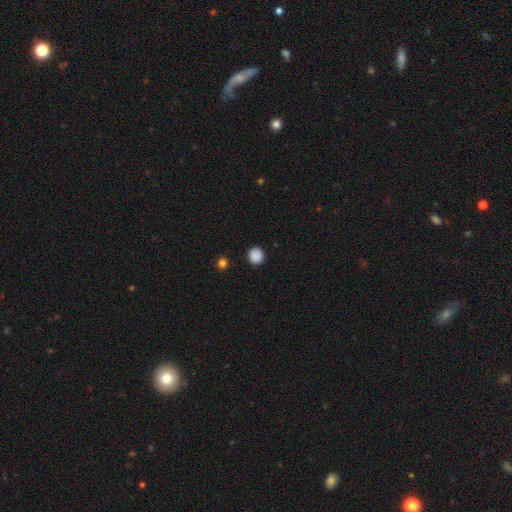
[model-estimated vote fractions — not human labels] A smooth galaxy with no disk features (88%) that is round (86%).

Vote fractions:
- Smooth or featured? smooth: 88% / star or artifact: 9% / featured or disk: 2%
- How rounded? round: 86% / in between: 13% / cigar-shaped: 1%
- Merging? none: 91% / minor disturbance: 6% / major disturbance: 2% / merger: 1%